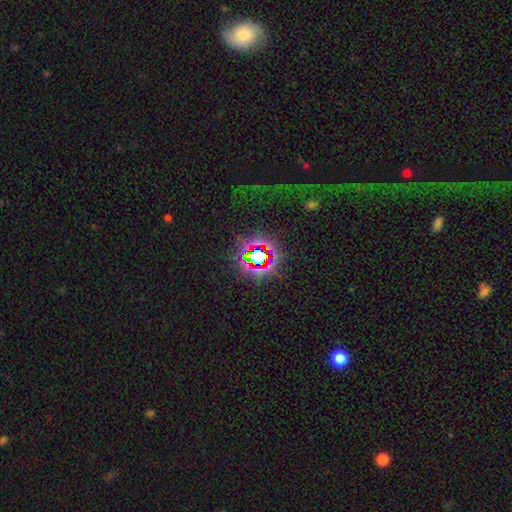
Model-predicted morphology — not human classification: The model was most divided on "smooth or featured": star or artifact: 75%, smooth: 15%, featured or disk: 10%.